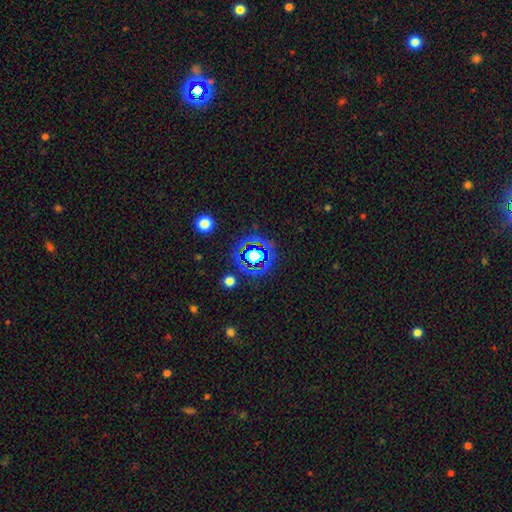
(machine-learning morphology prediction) A star or artifact, not a galaxy (65%).